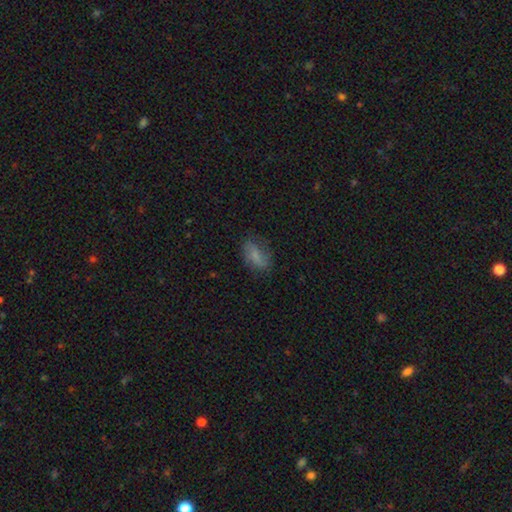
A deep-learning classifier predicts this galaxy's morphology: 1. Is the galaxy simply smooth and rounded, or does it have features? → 67% smooth, 25% featured or disk, 9% star or artifact.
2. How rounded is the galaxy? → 88% in between, 9% round, 4% cigar-shaped.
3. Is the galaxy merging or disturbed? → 69% none, 22% minor disturbance, 7% major disturbance, 1% merger.